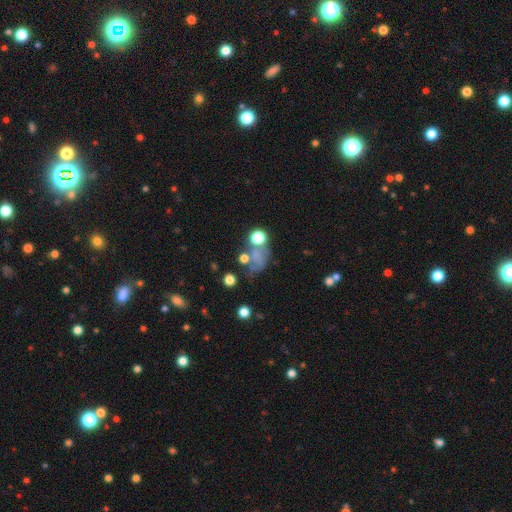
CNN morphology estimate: Overall: smooth (45%; featured or disk 28%). Merging: none (36%; major disturbance 26%).